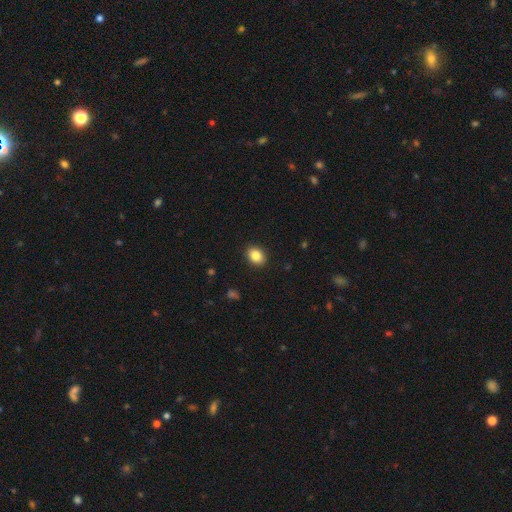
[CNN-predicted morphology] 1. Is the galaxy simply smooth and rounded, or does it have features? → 86% smooth, 9% star or artifact, 5% featured or disk.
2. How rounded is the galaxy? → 59% in between, 40% round, 1% cigar-shaped.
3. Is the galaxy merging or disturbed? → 90% none, 7% minor disturbance, 2% major disturbance, 1% merger.